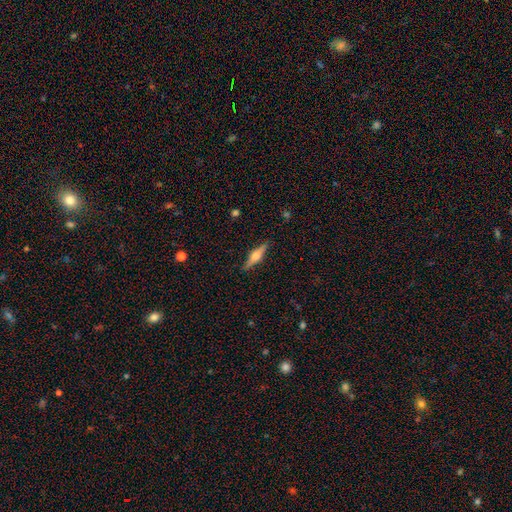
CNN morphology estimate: smooth_or_featured: featured or disk (p=0.68) [alt: smooth p=0.26]
disk_edge_on: yes (p=0.97) [alt: no p=0.03]
edge_on_bulge: rounded (p=0.92) [alt: boxy p=0.06]
merging: none (p=0.89) [alt: minor disturbance p=0.08]